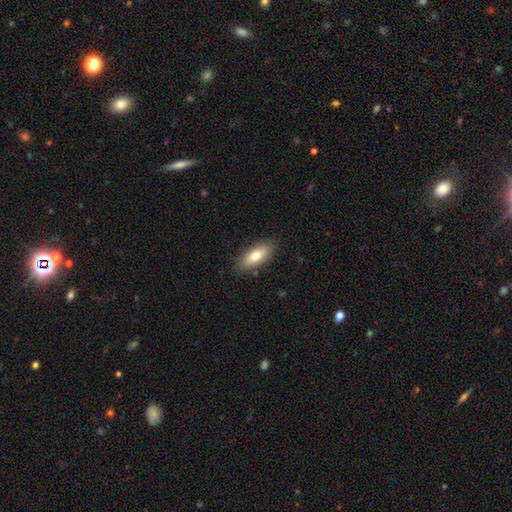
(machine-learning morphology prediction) Smooth or featured?
  - smooth: 74% *
  - featured or disk: 19%
  - star or artifact: 7%
How rounded?
  - in between: 81% *
  - cigar-shaped: 16%
  - round: 3%
Merging?
  - none: 86% *
  - minor disturbance: 11%
  - major disturbance: 2%
  - merger: 1%